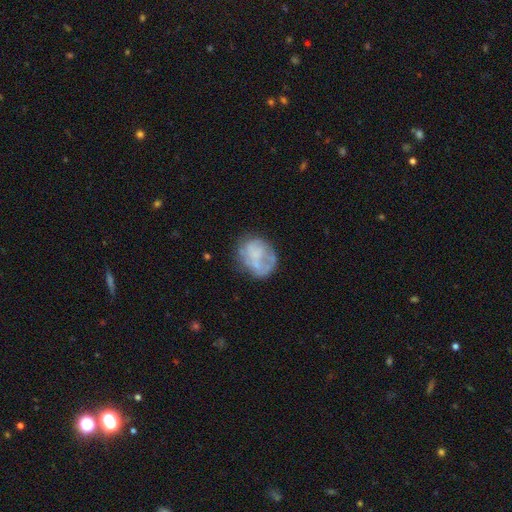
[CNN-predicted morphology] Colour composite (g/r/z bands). It shows a featured or disk galaxy (48%). Merging: none (51%).